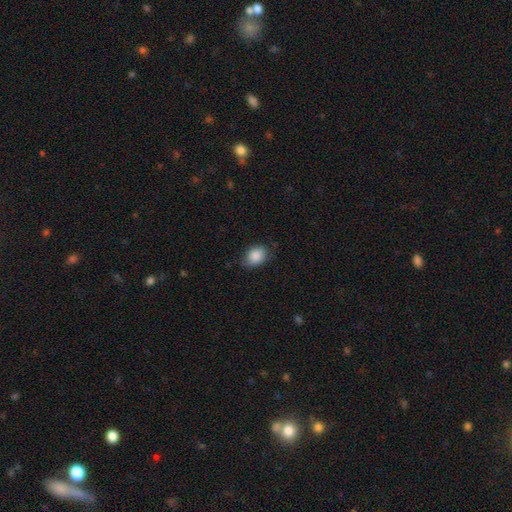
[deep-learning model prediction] smooth-or-featured: smooth: 86% | star or artifact: 7% | featured or disk: 6%
  how-rounded: in between: 71% | round: 28% | cigar-shaped: 1%
  merging: none: 70% | minor disturbance: 24% | major disturbance: 5% | merger: 1%